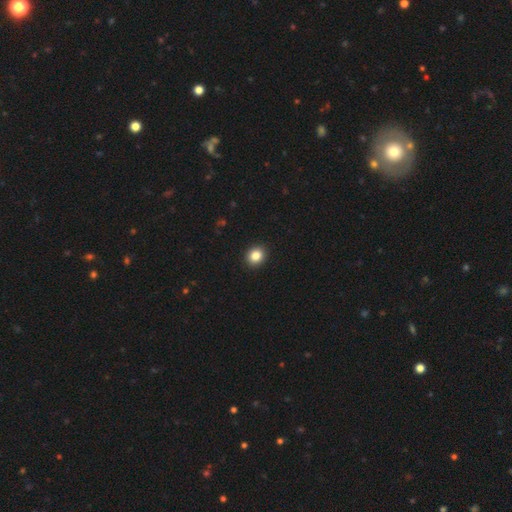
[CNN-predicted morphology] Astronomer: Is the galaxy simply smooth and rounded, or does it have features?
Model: smooth — 84%.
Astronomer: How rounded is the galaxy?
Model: round — 74%.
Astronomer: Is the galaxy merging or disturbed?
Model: none — 93%.